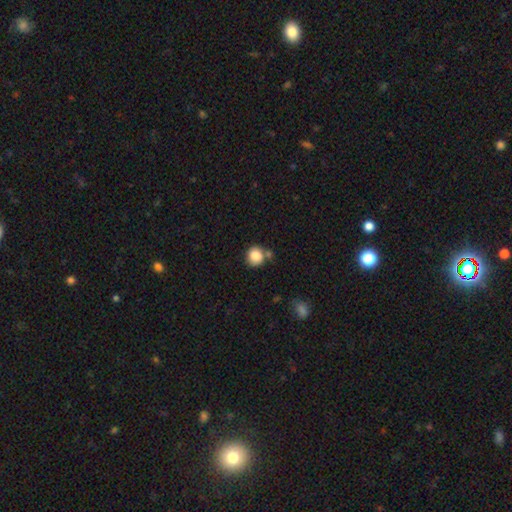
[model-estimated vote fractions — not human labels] Smooth or featured?
  - smooth: 86% *
  - star or artifact: 9%
  - featured or disk: 5%
How rounded?
  - round: 87% *
  - in between: 12%
  - cigar-shaped: 1%
Merging?
  - none: 66% *
  - merger: 17%
  - minor disturbance: 14%
  - major disturbance: 4%